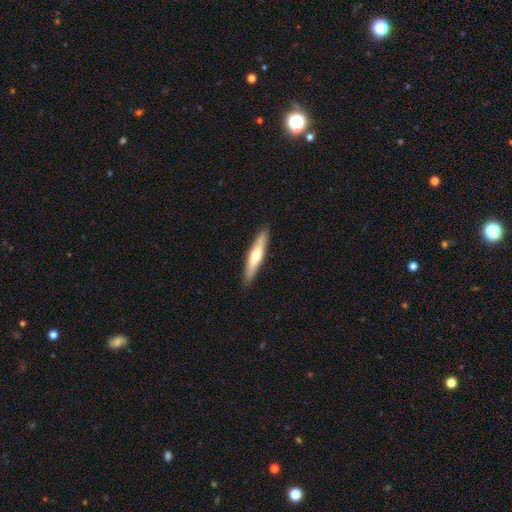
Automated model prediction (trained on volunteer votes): A smooth galaxy with no disk features (52%) that is cigar-shaped (89%).

Vote fractions:
- Smooth or featured? smooth: 52% / featured or disk: 43% / star or artifact: 5%
- How rounded? cigar-shaped: 89% / in between: 9% / round: 1%
- Merging? none: 91% / minor disturbance: 7% / major disturbance: 1% / merger: 1%